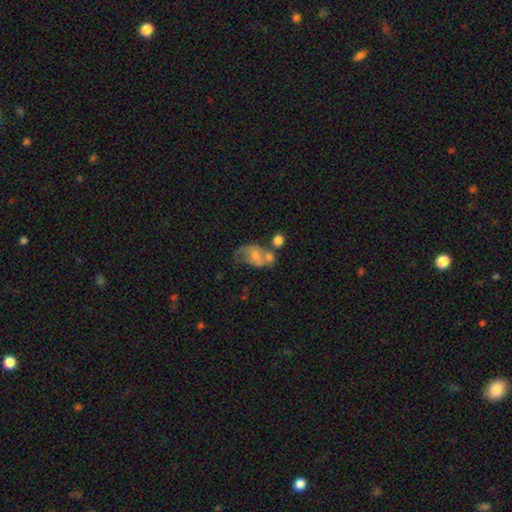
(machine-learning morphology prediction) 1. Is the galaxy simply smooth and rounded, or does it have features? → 61% featured or disk, 29% smooth, 10% star or artifact.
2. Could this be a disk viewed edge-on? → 97% no, 3% yes.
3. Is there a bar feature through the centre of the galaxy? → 70% no, 25% weak, 5% strong.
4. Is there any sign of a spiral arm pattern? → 74% yes, 26% no.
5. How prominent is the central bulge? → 44% moderate, 38% small, 11% none, 6% large, 2% dominant.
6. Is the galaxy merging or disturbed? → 32% merger, 29% none, 20% major disturbance, 18% minor disturbance.